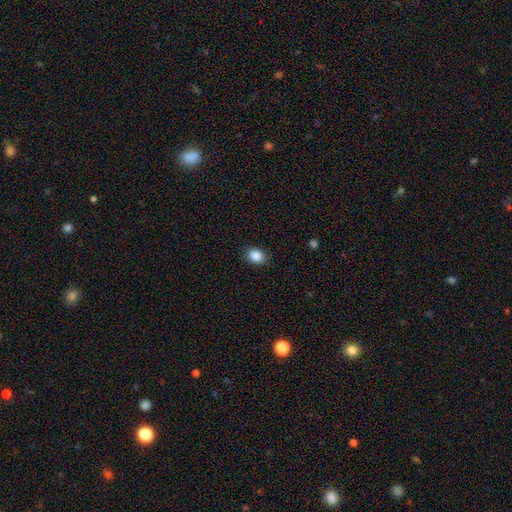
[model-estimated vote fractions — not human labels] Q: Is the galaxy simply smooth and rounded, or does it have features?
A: smooth — 87%.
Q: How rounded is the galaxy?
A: in between — 55%.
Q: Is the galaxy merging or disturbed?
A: none — 87%.